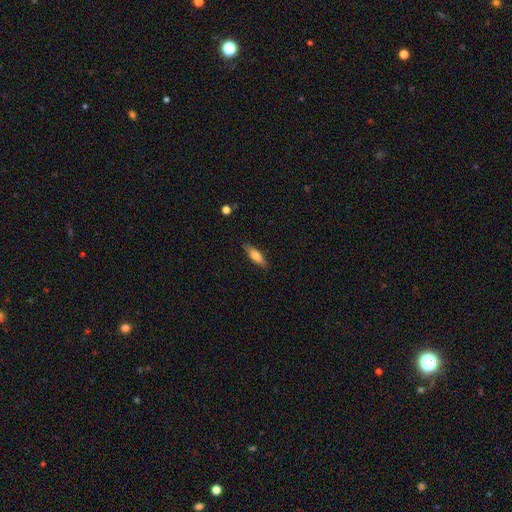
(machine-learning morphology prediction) Smooth or featured? smooth (70%)
How rounded? cigar-shaped (50%)
Merging? none (84%)